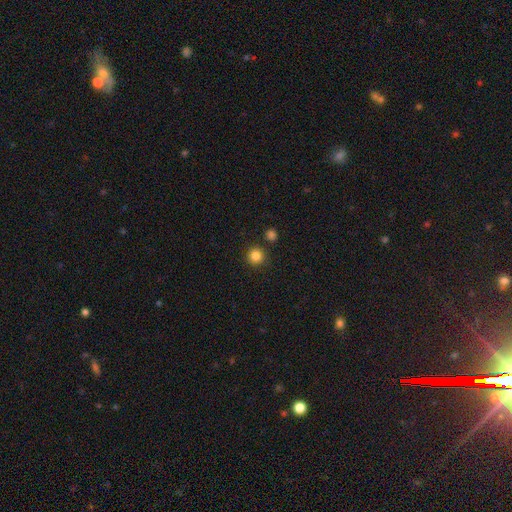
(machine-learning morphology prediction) Smooth or featured? smooth (85%)
How rounded? round (94%)
Merging? none (87%)